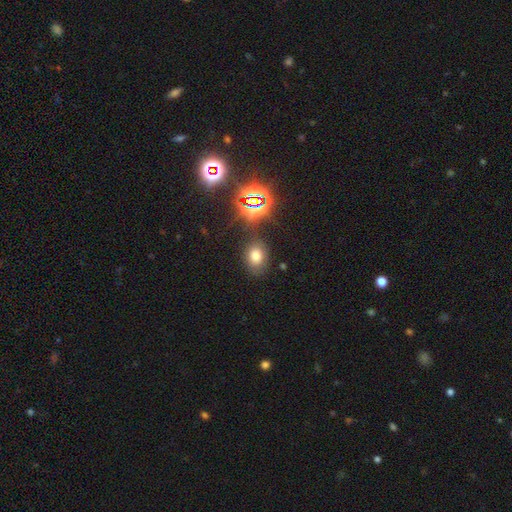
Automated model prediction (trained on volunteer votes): Overall: smooth (68%). How rounded: in between (67%; round 31%). Merging: none (77%).